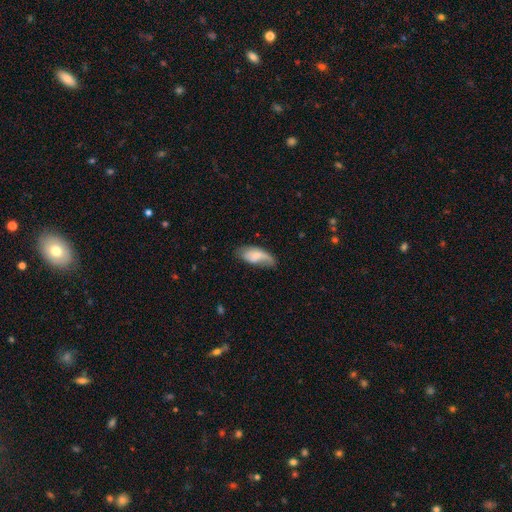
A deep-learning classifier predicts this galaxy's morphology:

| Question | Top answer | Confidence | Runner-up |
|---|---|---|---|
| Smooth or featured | smooth | 62% | featured or disk (31%) |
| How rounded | in between | 89% | cigar-shaped (8%) |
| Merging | none | 47% | minor disturbance (33%) |